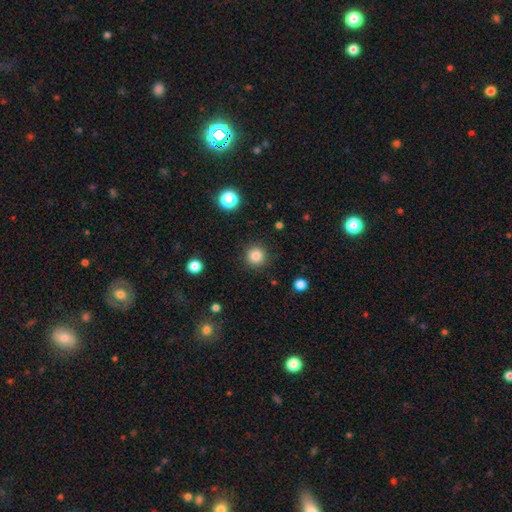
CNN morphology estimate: This is clearly a smooth galaxy (84%). How rounded: clearly round (95%). Merging: clearly none (90%).